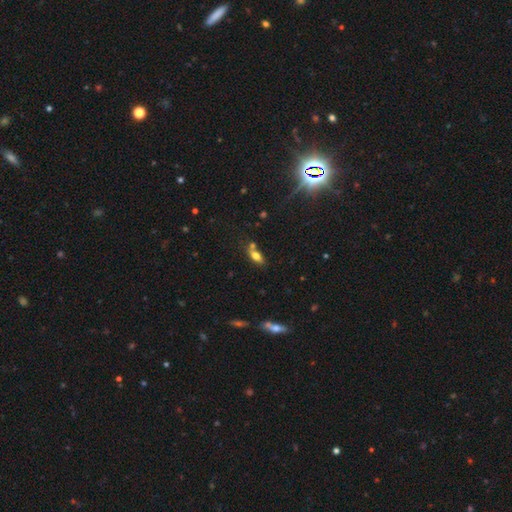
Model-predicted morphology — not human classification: Smooth or featured: smooth — 73% (featured or disk — 16%)
How rounded: in between — 81% (cigar-shaped — 13%)
Merging: none — 49% (merger — 30%)